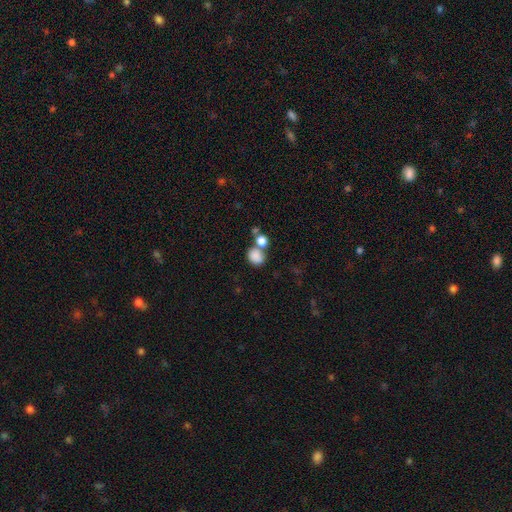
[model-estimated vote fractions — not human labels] The model was most divided on "merging": none: 47%, merger: 37%, minor disturbance: 11%, major disturbance: 5%. More confident: smooth or featured — smooth (83%); how rounded — round (61%).